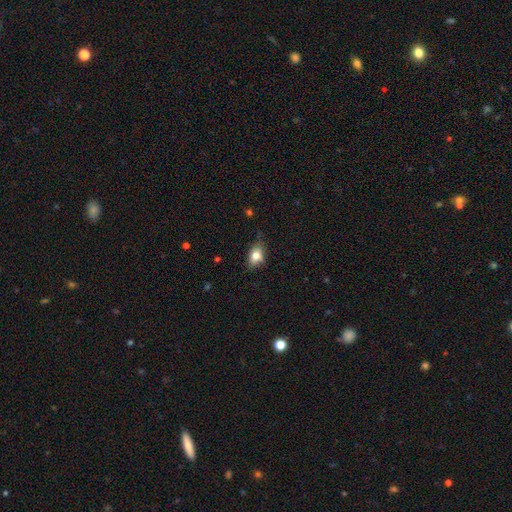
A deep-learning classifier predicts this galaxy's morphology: smooth 78%, featured or disk 13%, star or artifact 9%. Down the decision tree: how rounded — in between (80%); merging — none (65%).